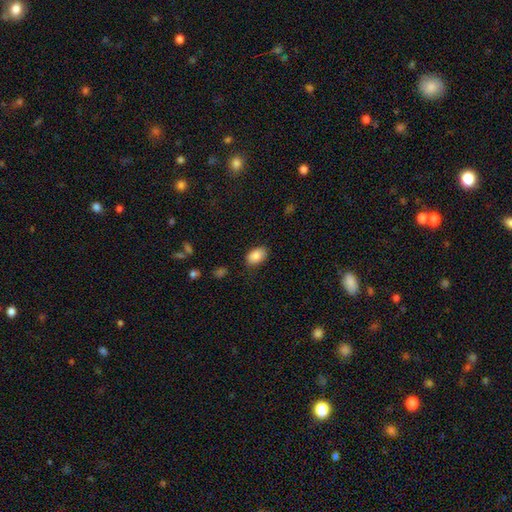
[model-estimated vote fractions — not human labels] smooth 86%, star or artifact 8%, featured or disk 6%. Down the decision tree: how rounded — in between (89%); merging — none (81%).